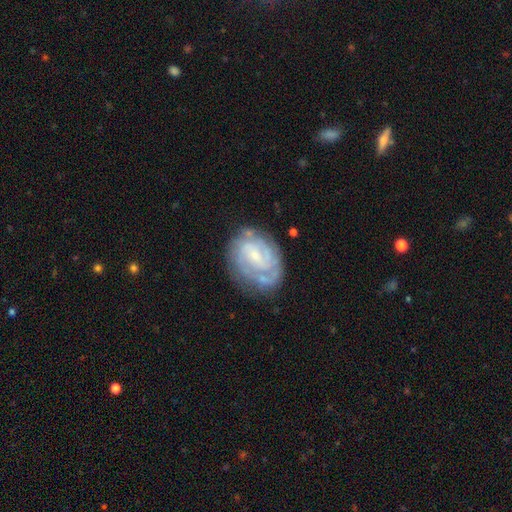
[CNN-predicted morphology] A featured or disk galaxy (81%) with a weak bar (48%), 2 (35%) tight (64%) spiral arms (91%) and a small central bulge (65%). Merging: none (65%).